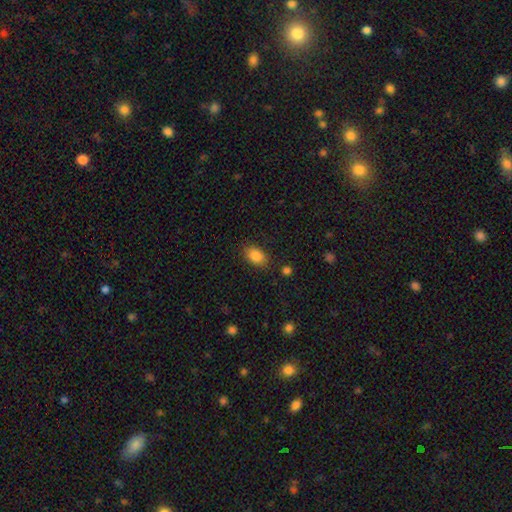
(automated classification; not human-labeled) smooth_or_featured: smooth (p=0.85) [alt: star or artifact p=0.09]
how_rounded: in between (p=0.81) [alt: round p=0.18]
merging: none (p=0.83) [alt: minor disturbance p=0.11]